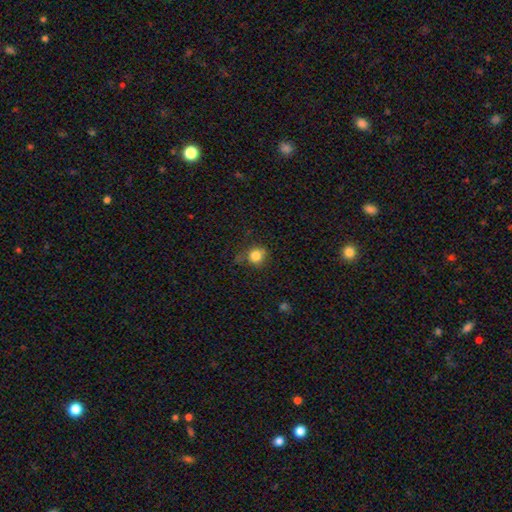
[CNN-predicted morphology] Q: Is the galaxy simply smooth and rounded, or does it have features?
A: smooth — 82%.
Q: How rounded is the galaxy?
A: round — 84%.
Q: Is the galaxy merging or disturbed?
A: none — 72%.